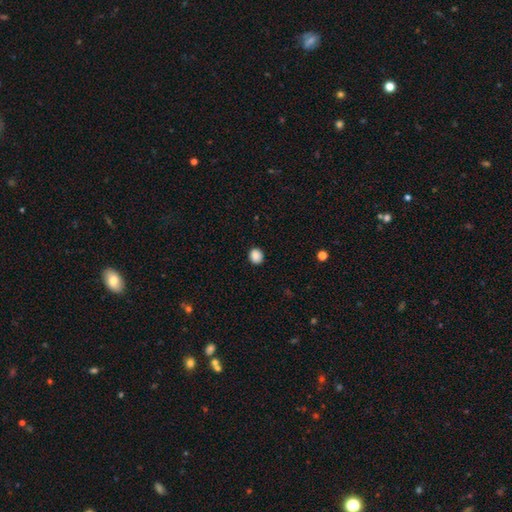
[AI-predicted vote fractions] Smooth or featured?
  - smooth: 88% *
  - star or artifact: 9%
  - featured or disk: 3%
How rounded?
  - round: 81% *
  - in between: 18%
  - cigar-shaped: 1%
Merging?
  - none: 91% *
  - minor disturbance: 6%
  - major disturbance: 2%
  - merger: 1%